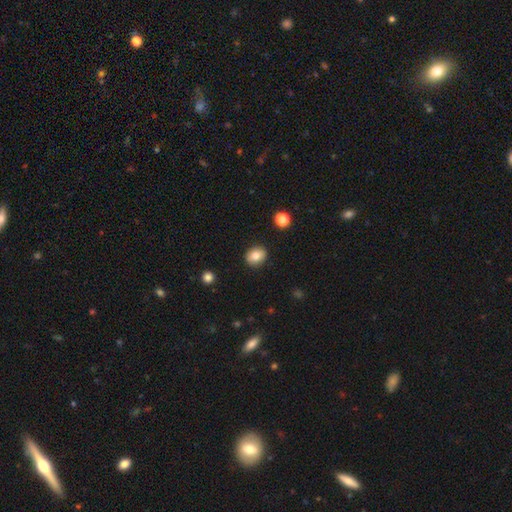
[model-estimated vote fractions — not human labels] This appears to be a smooth galaxy with no disk features (81%) that is round (62%). Merging: none (89%).